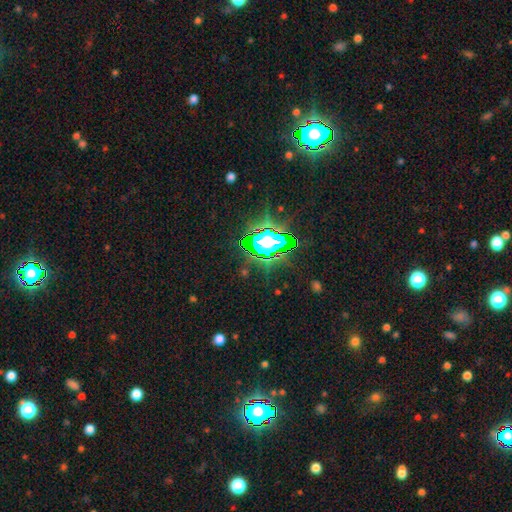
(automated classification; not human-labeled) Overall: star or artifact (73%).